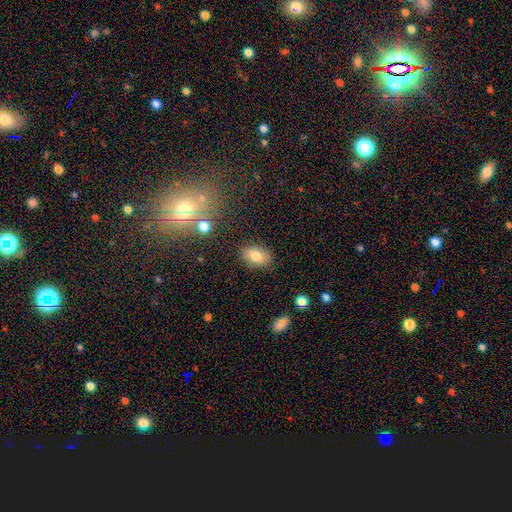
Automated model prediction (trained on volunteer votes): Q: Smooth or featured?
A: smooth (78%); runner-up: featured or disk (12%)
Q: How rounded?
A: in between (83%); runner-up: round (15%)
Q: Merging?
A: none (84%); runner-up: minor disturbance (11%)